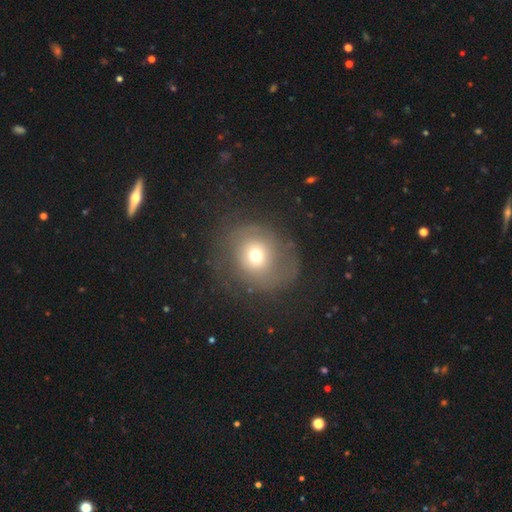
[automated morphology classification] smooth 56%, featured or disk 31%, star or artifact 14%. Down the decision tree: how rounded — round (78%); merging — none (55%).